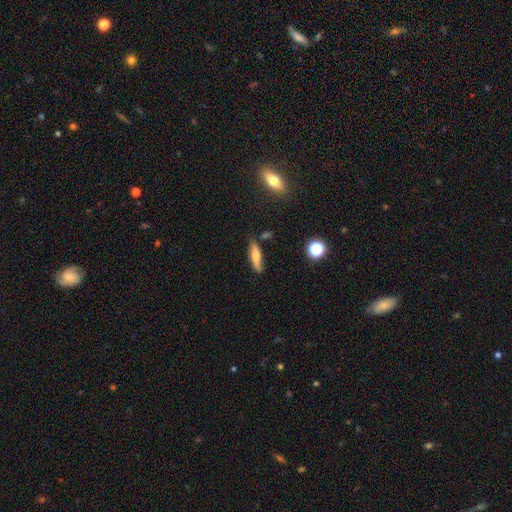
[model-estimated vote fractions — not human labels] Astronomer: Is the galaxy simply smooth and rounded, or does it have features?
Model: smooth — 64%.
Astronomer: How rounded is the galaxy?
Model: cigar-shaped — 71%.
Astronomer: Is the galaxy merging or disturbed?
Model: none — 73%.